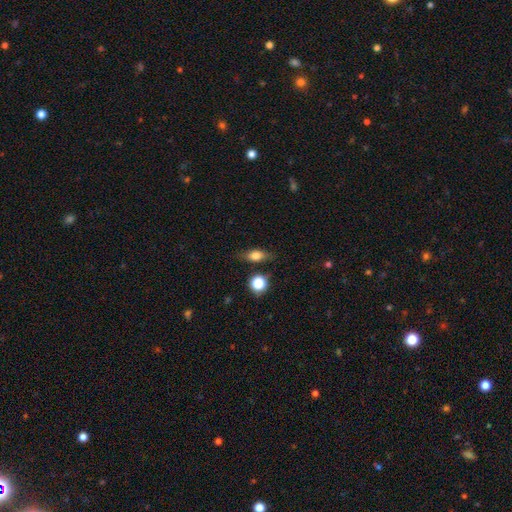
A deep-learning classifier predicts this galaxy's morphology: A smooth galaxy with no disk features (70%) that is in between round and cigar-shaped (66%).

Vote fractions:
- Smooth or featured? smooth: 70% / featured or disk: 20% / star or artifact: 10%
- How rounded? in between: 66% / round: 17% / cigar-shaped: 17%
- Merging? none: 73% / minor disturbance: 18% / major disturbance: 5% / merger: 4%